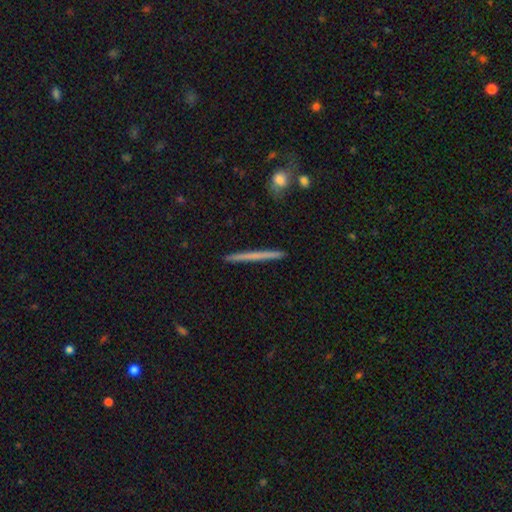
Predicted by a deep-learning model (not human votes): A smooth galaxy with no disk features (53%) that is cigar-shaped (97%).

Vote fractions:
- Smooth or featured? smooth: 53% / featured or disk: 41% / star or artifact: 6%
- How rounded? cigar-shaped: 97% / round: 2% / in between: 2%
- Merging? none: 92% / minor disturbance: 5% / merger: 1% / major disturbance: 1%